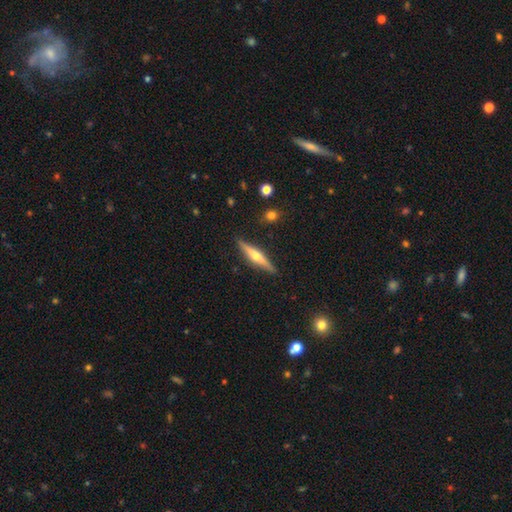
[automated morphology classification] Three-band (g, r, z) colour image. It shows a featured or disk galaxy (68%) viewed edge-on (97%) with a rounded central bulge (90%). Merging: none (89%).